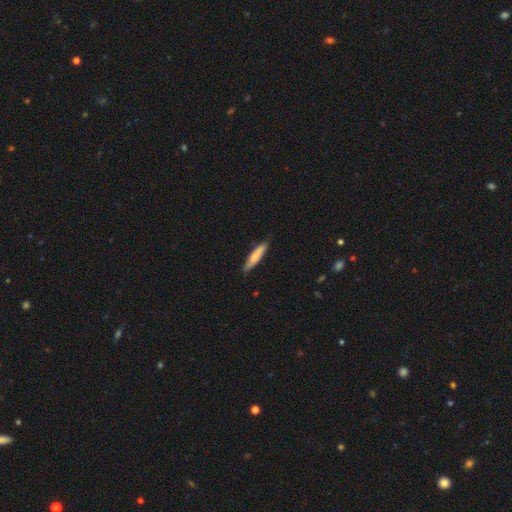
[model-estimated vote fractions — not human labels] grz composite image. It shows a smooth galaxy with no disk features (77%) that is cigar-shaped (87%). Merging: none (85%).